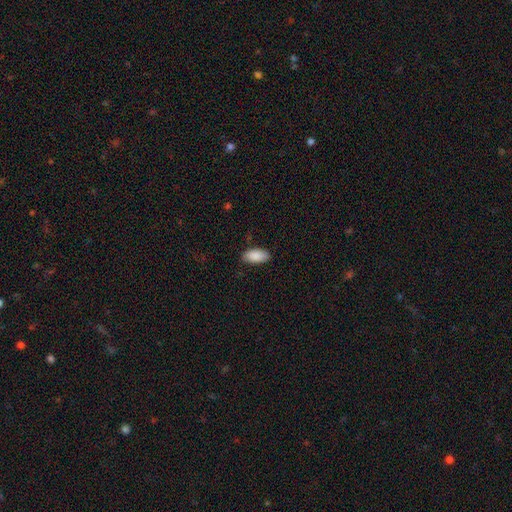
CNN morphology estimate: This appears to be a smooth galaxy with no disk features (90%) that is in between round and cigar-shaped (93%). Merging: none (84%).